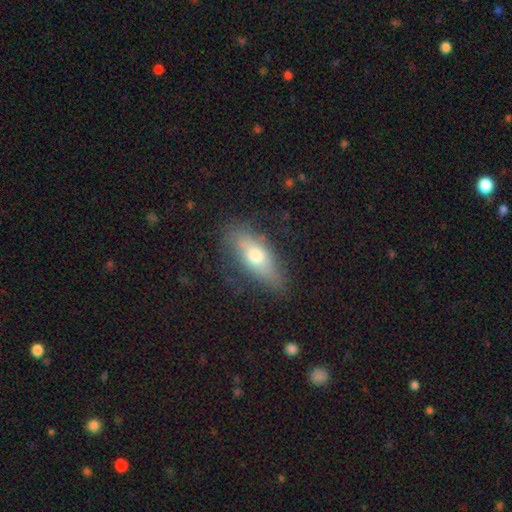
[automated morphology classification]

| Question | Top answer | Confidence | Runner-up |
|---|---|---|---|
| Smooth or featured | smooth | 62% | featured or disk (31%) |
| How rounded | in between | 69% | cigar-shaped (27%) |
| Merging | none | 73% | minor disturbance (19%) |